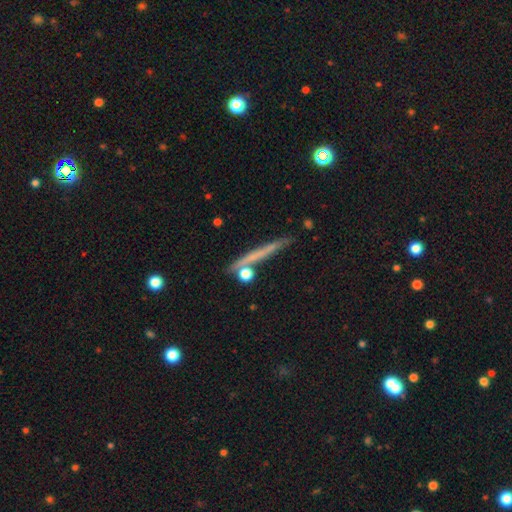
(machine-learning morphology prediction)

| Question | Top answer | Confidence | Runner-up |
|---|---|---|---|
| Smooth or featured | smooth | 47% | featured or disk (45%) |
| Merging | none | 80% | minor disturbance (11%) |